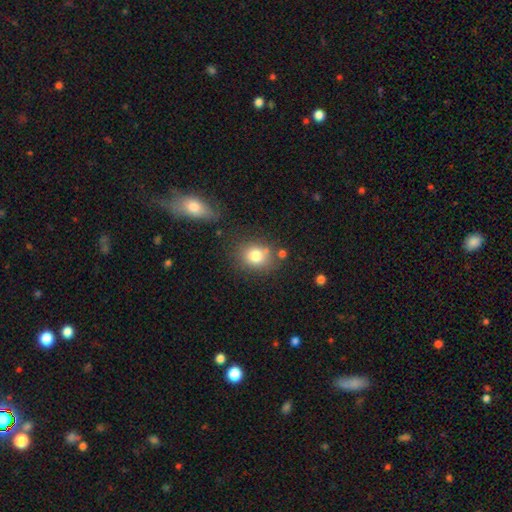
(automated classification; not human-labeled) smooth_or_featured: smooth (p=0.80) [alt: star or artifact p=0.10]
how_rounded: round (p=0.63) [alt: in between p=0.36]
merging: none (p=0.70) [alt: minor disturbance p=0.14]